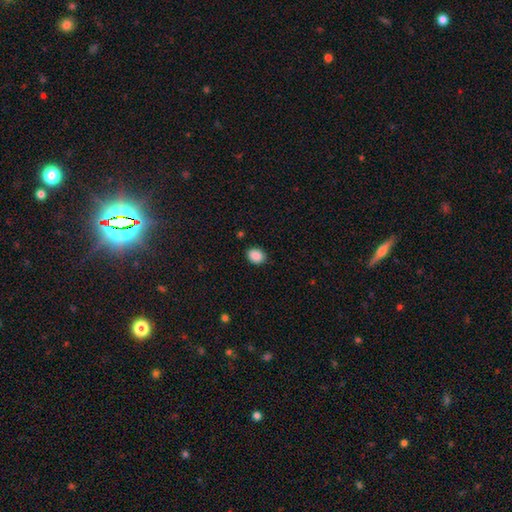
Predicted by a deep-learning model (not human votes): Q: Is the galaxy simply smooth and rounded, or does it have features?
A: smooth — 89%.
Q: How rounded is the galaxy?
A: in between — 50%.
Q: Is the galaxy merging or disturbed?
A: none — 87%.